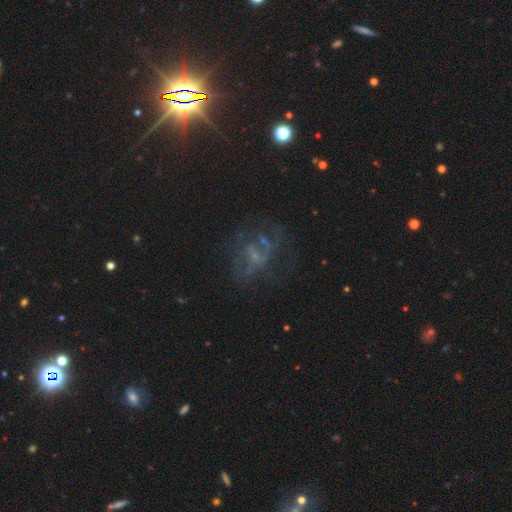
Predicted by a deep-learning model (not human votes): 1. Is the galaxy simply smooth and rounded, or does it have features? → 57% featured or disk, 27% star or artifact, 16% smooth.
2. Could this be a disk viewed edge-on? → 97% no, 3% yes.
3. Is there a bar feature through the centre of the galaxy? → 61% no, 30% weak, 9% strong.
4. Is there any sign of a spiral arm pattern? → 51% yes, 49% no.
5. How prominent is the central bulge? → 42% none (tied), 42% small (tied), 13% moderate, 2% large, 1% dominant.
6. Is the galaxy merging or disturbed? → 51% none, 28% major disturbance, 17% minor disturbance, 4% merger.